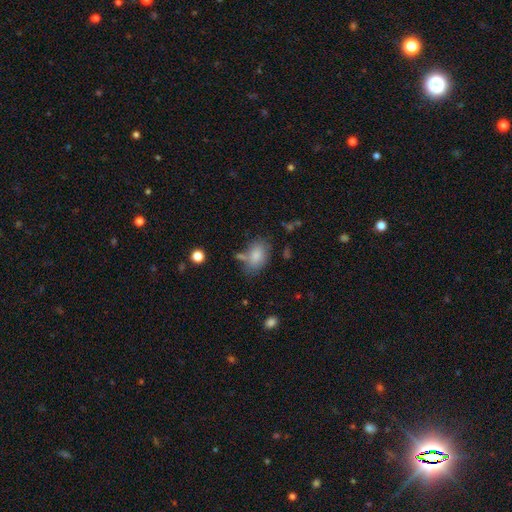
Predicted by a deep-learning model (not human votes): Overall: smooth (83%). How rounded: in between (87%). Merging: none (60%; minor disturbance 21%).